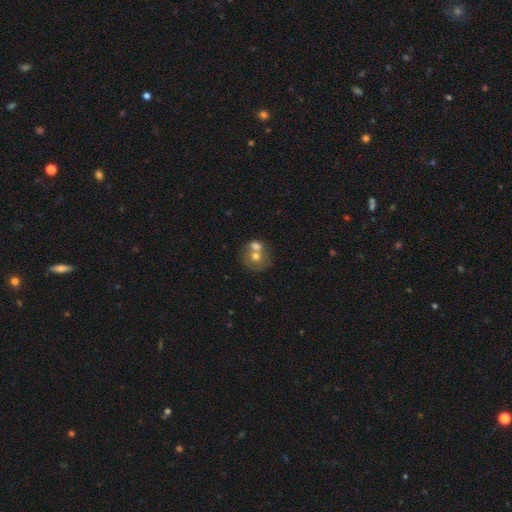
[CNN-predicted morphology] smooth 61%, featured or disk 30%, star or artifact 9%. Down the decision tree: how rounded — round (72%); merging — merger (59%).